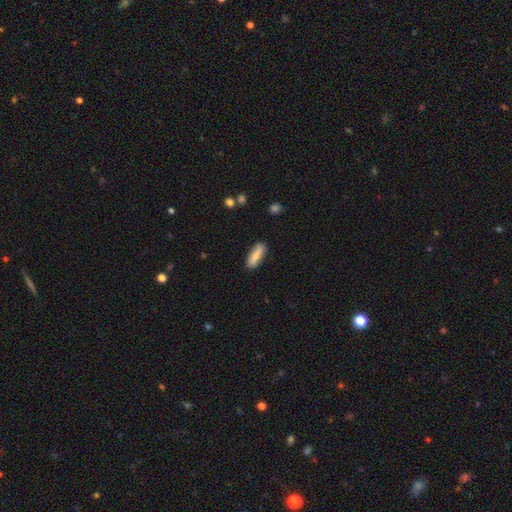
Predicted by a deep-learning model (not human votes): The model was most divided on "how rounded": in between: 53%, cigar-shaped: 45%, round: 2%. More confident: merging — none (85%); smooth or featured — smooth (76%).